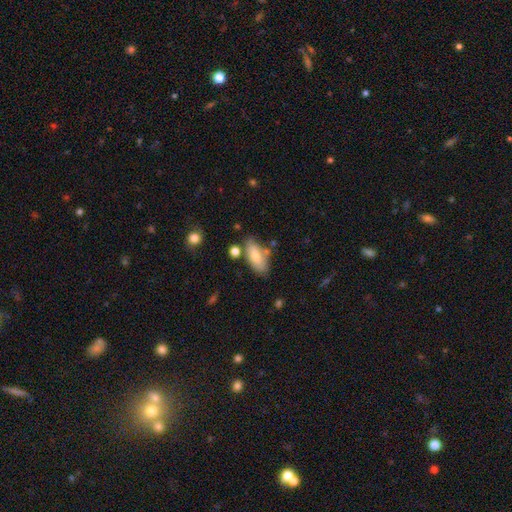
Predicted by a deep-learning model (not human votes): Morphology: type=smooth (75%); roundness=in between (83%); merging=none (68%).